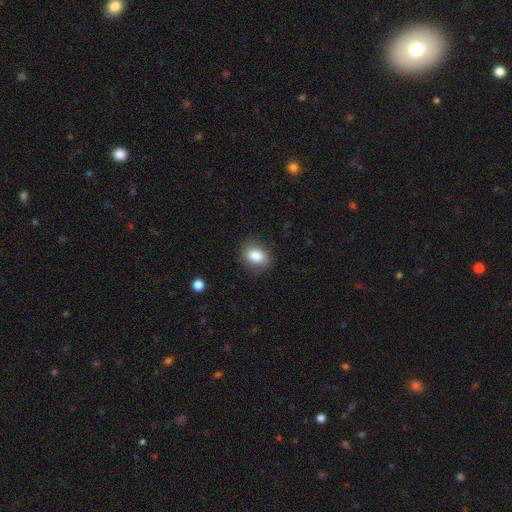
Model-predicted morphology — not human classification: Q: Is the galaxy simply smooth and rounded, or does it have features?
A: smooth — 84%.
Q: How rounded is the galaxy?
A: in between — 66%.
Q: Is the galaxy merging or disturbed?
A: none — 85%.